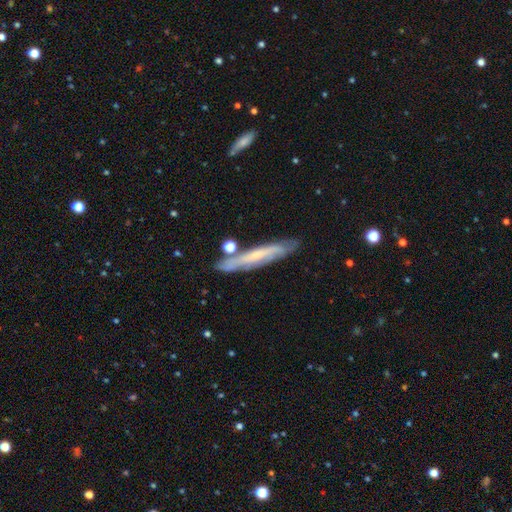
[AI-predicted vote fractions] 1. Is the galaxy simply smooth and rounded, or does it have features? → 61% featured or disk, 32% smooth, 7% star or artifact.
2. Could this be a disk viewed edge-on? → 67% yes, 33% no.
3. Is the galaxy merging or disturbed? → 77% none, 15% minor disturbance, 5% merger, 3% major disturbance.